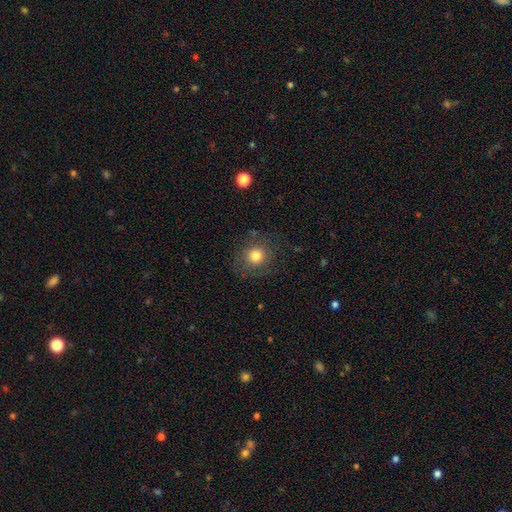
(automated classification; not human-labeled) Q: Smooth or featured?
A: smooth (79%); runner-up: star or artifact (11%)
Q: How rounded?
A: round (87%); runner-up: in between (12%)
Q: Merging?
A: none (81%); runner-up: minor disturbance (12%)